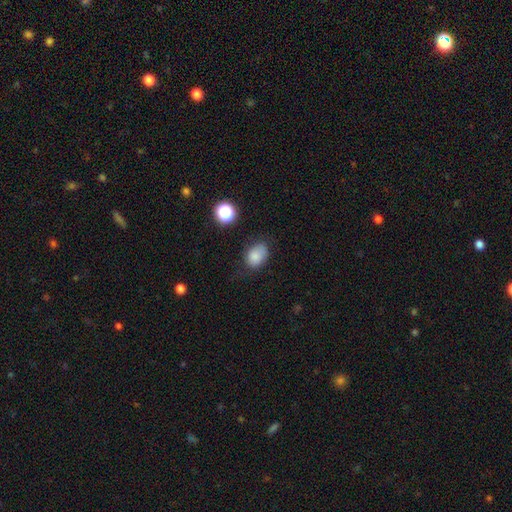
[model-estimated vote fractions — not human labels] Q: Smooth or featured?
A: smooth (82%); runner-up: star or artifact (11%)
Q: How rounded?
A: in between (72%); runner-up: round (27%)
Q: Merging?
A: none (57%); runner-up: minor disturbance (31%)